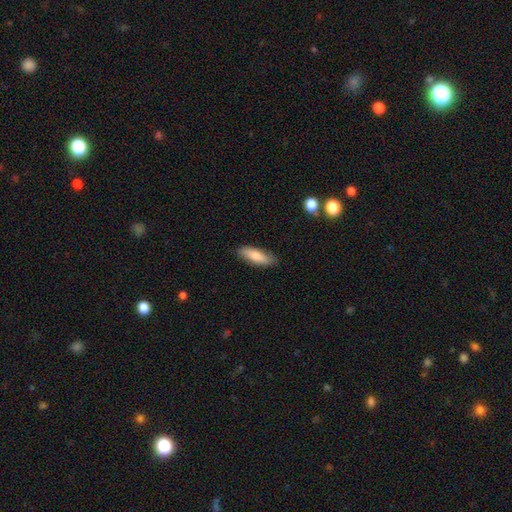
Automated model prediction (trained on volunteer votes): Smooth or featured?
  - smooth: 80% *
  - featured or disk: 14%
  - star or artifact: 6%
How rounded?
  - in between: 53% *
  - cigar-shaped: 45%
  - round: 2%
Merging?
  - none: 84% *
  - minor disturbance: 13%
  - major disturbance: 2%
  - merger: 1%